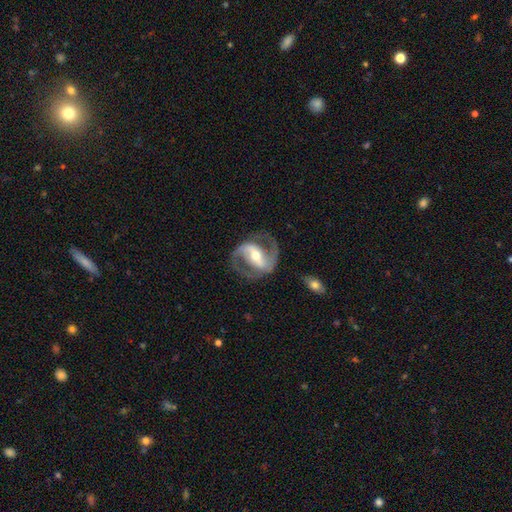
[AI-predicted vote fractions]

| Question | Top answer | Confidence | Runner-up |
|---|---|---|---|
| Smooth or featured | featured or disk | 90% | smooth (6%) |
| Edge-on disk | no | 97% | yes (3%) |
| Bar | strong | 58% | weak (29%) |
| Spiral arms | yes | 95% | no (5%) |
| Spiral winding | medium | 58% | loose (21%) |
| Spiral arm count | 2 | 92% | can't tell (3%) |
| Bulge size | moderate | 64% | small (28%) |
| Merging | none | 79% | minor disturbance (12%) |